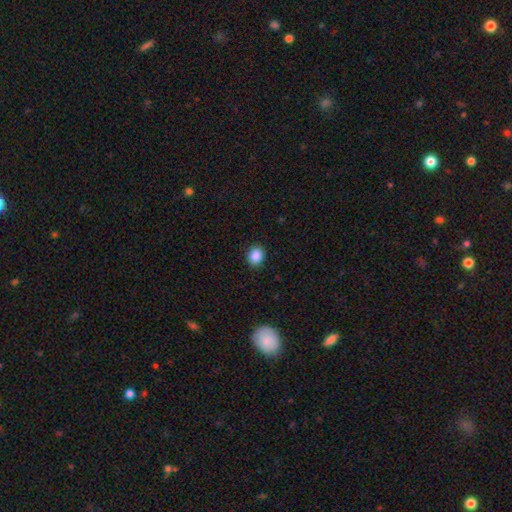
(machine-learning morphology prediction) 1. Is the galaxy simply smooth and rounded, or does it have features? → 88% smooth, 9% star or artifact, 3% featured or disk.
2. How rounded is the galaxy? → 57% round, 42% in between, 1% cigar-shaped.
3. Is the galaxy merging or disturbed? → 90% none, 7% minor disturbance, 2% major disturbance, 1% merger.